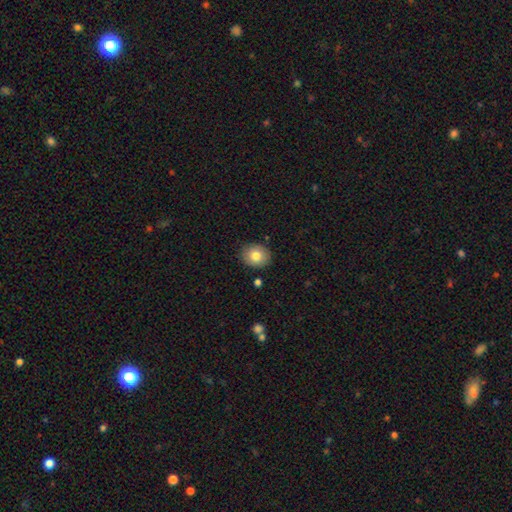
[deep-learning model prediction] Smooth or featured: smooth — 79% (featured or disk — 12%)
How rounded: round — 65% (in between — 34%)
Merging: none — 87% (minor disturbance — 9%)